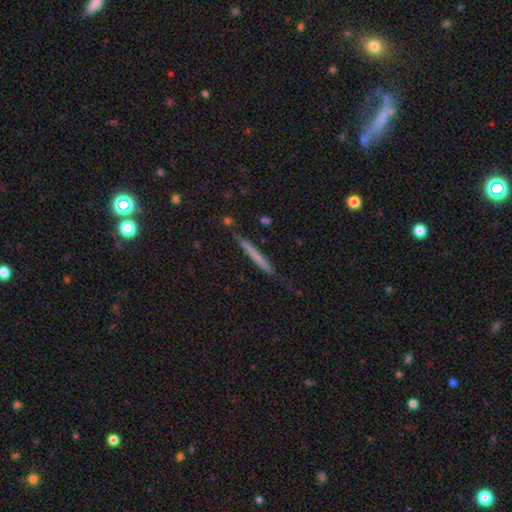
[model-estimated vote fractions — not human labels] Smooth or featured: smooth — 59% (featured or disk — 35%)
How rounded: cigar-shaped — 97% (in between — 2%)
Merging: none — 87% (minor disturbance — 10%)